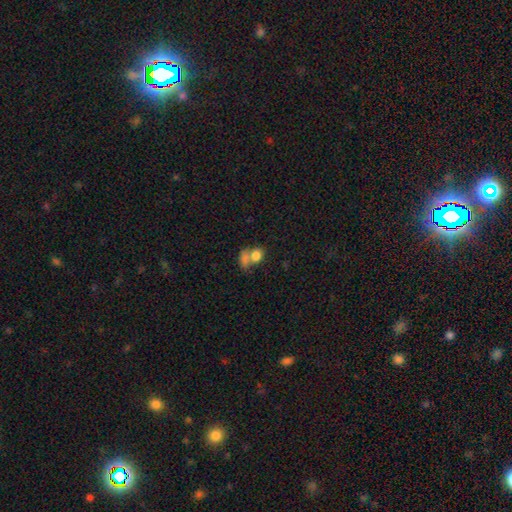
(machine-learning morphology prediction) This appears to be a smooth galaxy with no disk features (78%) that is in between round and cigar-shaped (61%). Merging: merger (53%).